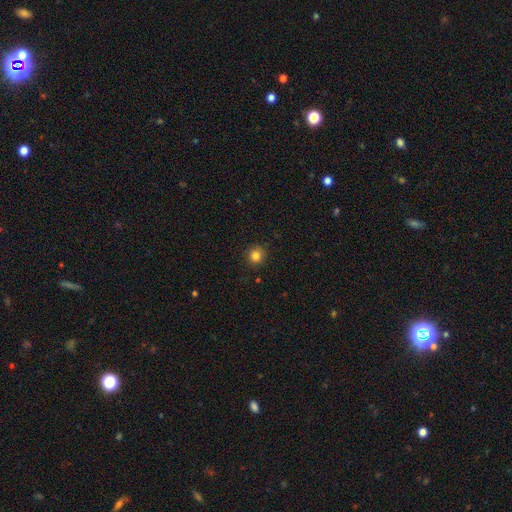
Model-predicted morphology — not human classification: smooth 83%, star or artifact 12%, featured or disk 5%. Down the decision tree: how rounded — round (93%); merging — none (90%).